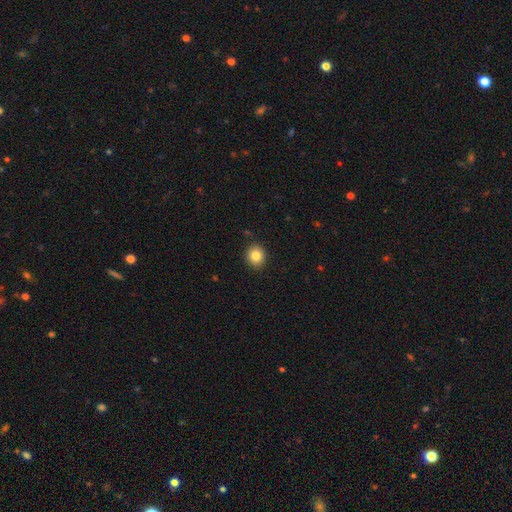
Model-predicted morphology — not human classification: This appears to be a smooth galaxy with no disk features (84%) that is round (75%). Merging: none (90%).